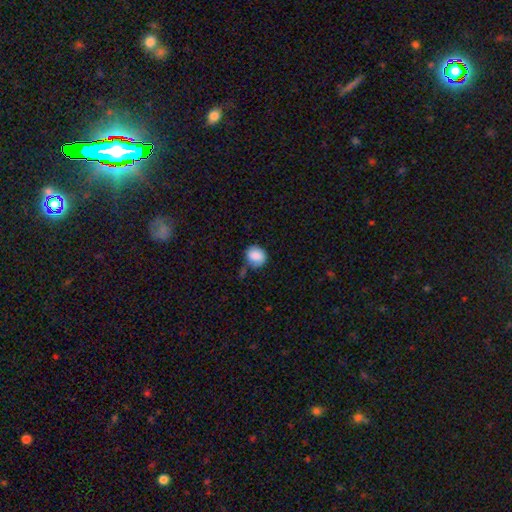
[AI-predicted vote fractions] Smooth or featured? smooth (87%)
How rounded? round (75%)
Merging? none (64%)